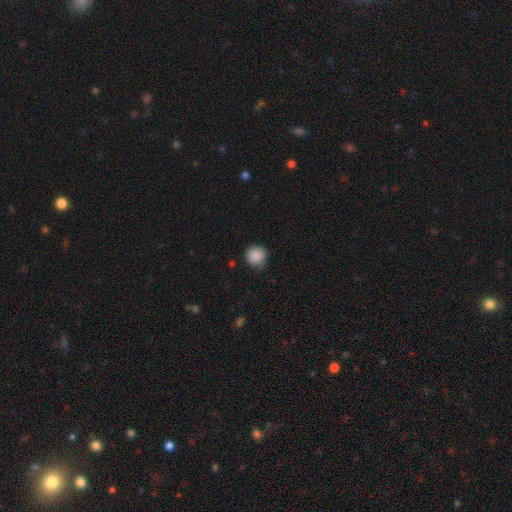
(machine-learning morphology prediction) Smooth or featured: smooth — 88% (star or artifact — 9%)
How rounded: round — 92% (in between — 7%)
Merging: none — 77% (minor disturbance — 19%)